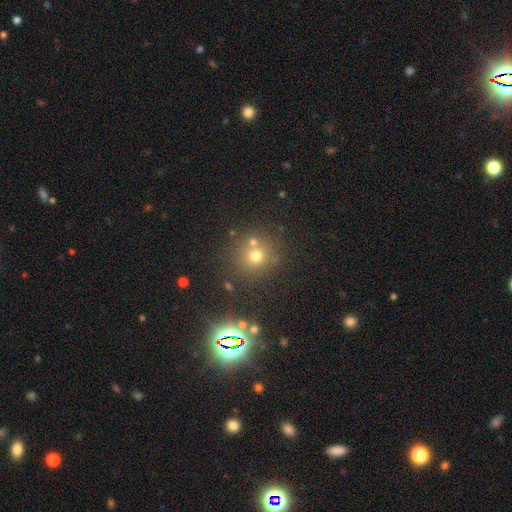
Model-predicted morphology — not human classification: This appears to be a smooth galaxy with no disk features (68%) that is round (90%). Merging: none (68%).